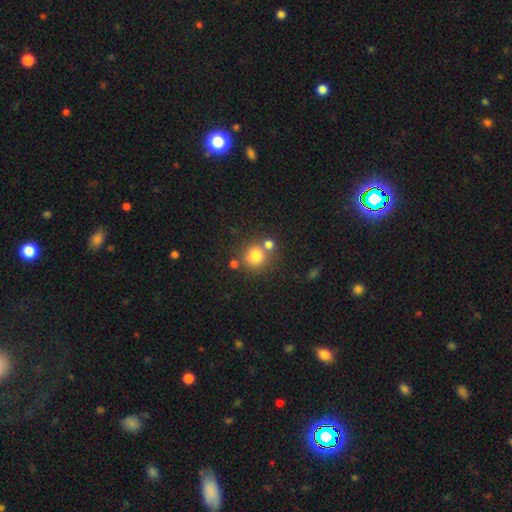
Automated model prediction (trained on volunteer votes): Overall: smooth (78%). How rounded: round (89%). Merging: none (62%; merger 25%).